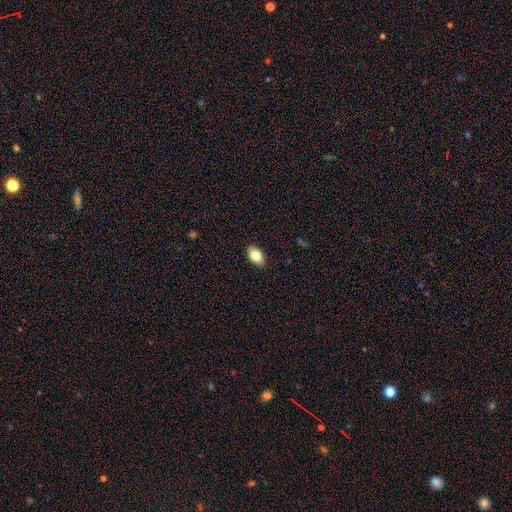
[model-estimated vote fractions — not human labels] Smooth or featured: smooth — 83% (featured or disk — 10%)
How rounded: in between — 93% (round — 5%)
Merging: none — 89% (minor disturbance — 8%)